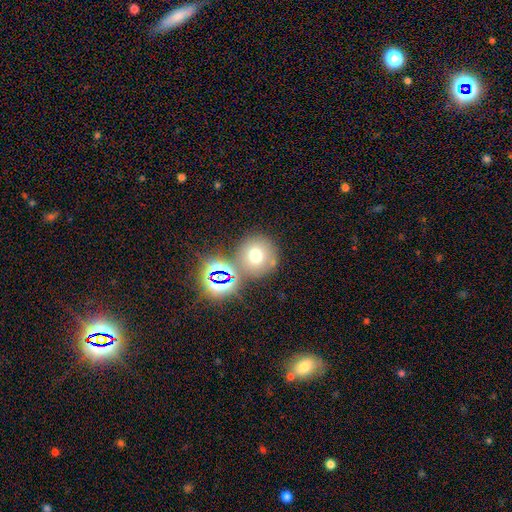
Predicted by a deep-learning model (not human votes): The model was most divided on "smooth or featured": smooth: 63%, star or artifact: 23%, featured or disk: 14%. More confident: how rounded — round (91%); merging — none (69%).